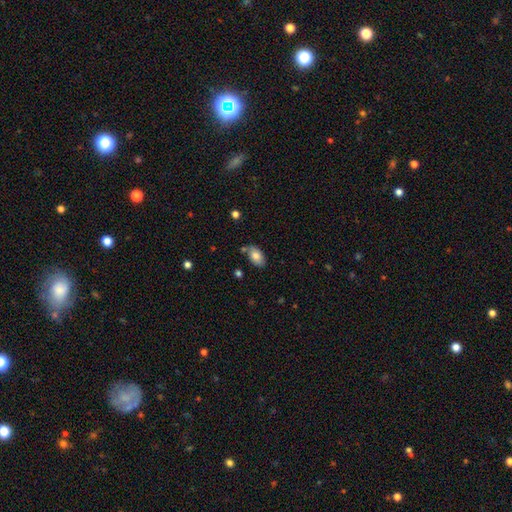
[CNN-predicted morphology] Smooth or featured? Predicted: smooth (p=0.78). How rounded? Predicted: in between (p=0.93). Merging? Predicted: none (p=0.71).